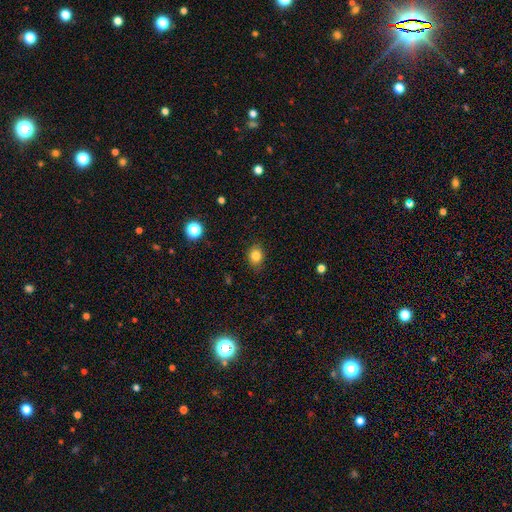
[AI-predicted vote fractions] This appears to be a smooth galaxy with no disk features (83%) that is round (60%). Merging: none (86%).